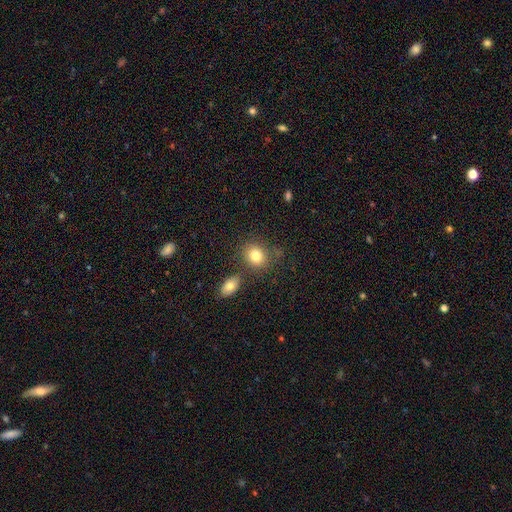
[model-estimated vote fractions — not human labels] Smooth or featured? smooth (80%)
How rounded? round (63%)
Merging? none (71%)